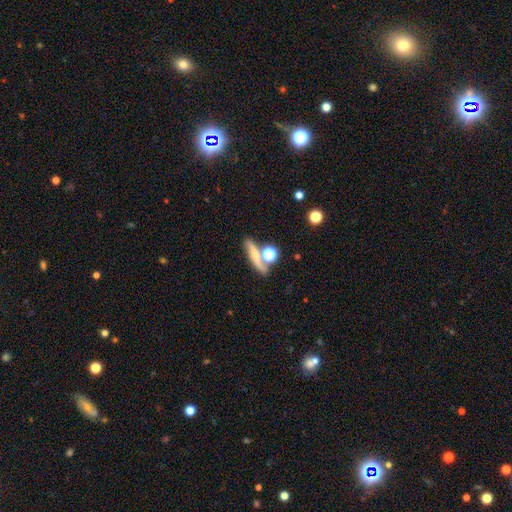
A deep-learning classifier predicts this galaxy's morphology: Smooth or featured? Predicted: smooth (p=0.49). Merging? Predicted: none (p=0.55).